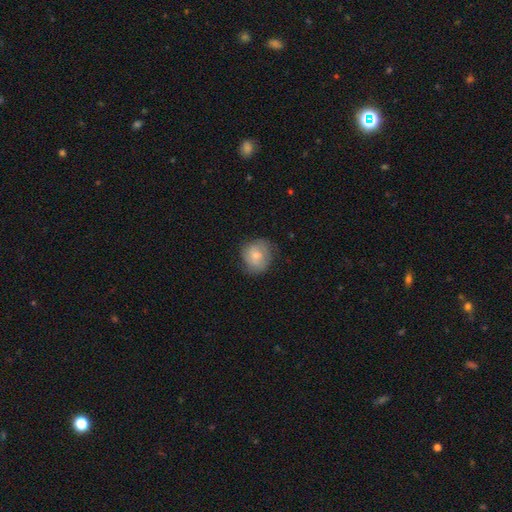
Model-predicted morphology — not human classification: The model was most divided on "merging": none: 65%, minor disturbance: 25%, major disturbance: 8%, merger: 1%. More confident: how rounded — round (78%); smooth or featured — smooth (68%).